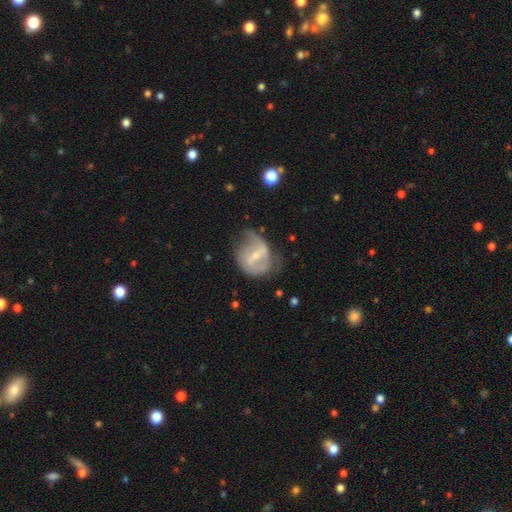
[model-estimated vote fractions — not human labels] featured or disk 72%, smooth 22%, star or artifact 6%. Down the decision tree: edge-on disk — no (96%); bar — weak (44%); spiral arms — yes (73%); spiral arm count — 2 (67%); spiral winding — medium (41%); bulge size — small (58%); merging — none (43%).